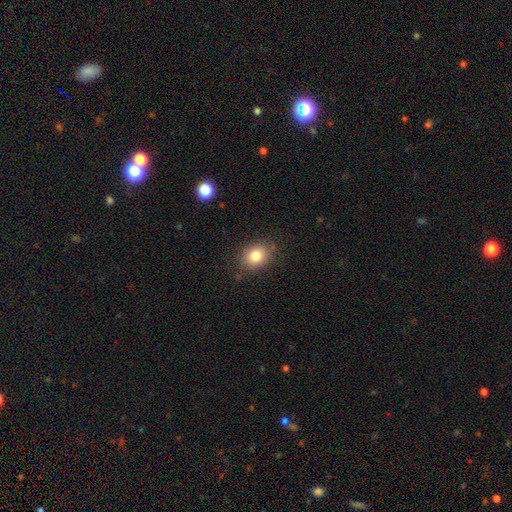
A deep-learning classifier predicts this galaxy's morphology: smooth-or-featured: smooth: 80% | star or artifact: 11% | featured or disk: 9%
  how-rounded: in between: 56% | round: 43% | cigar-shaped: 1%
  merging: none: 81% | minor disturbance: 14% | major disturbance: 3% | merger: 2%